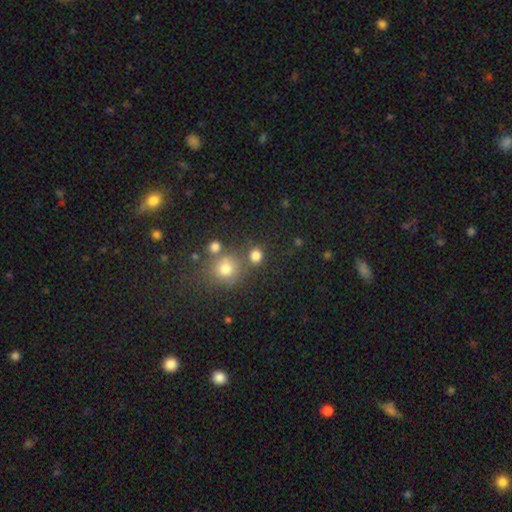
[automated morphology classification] Overall: smooth (79%). How rounded: round (81%). Merging: none (72%).